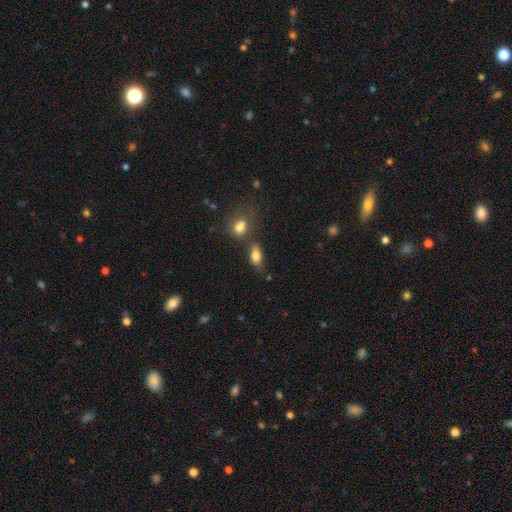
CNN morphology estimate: smooth_or_featured: smooth (p=0.80) [alt: featured or disk p=0.11]
how_rounded: in between (p=0.84) [alt: cigar-shaped p=0.09]
merging: none (p=0.61) [alt: minor disturbance p=0.17]